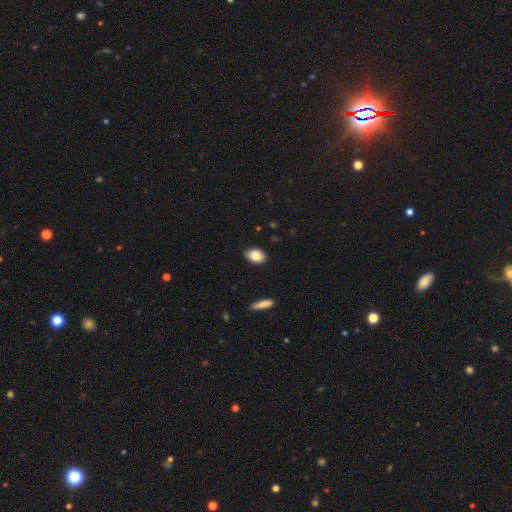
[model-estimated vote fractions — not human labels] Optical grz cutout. It shows a smooth galaxy with no disk features (84%) that is in between round and cigar-shaped (84%). Merging: none (84%).